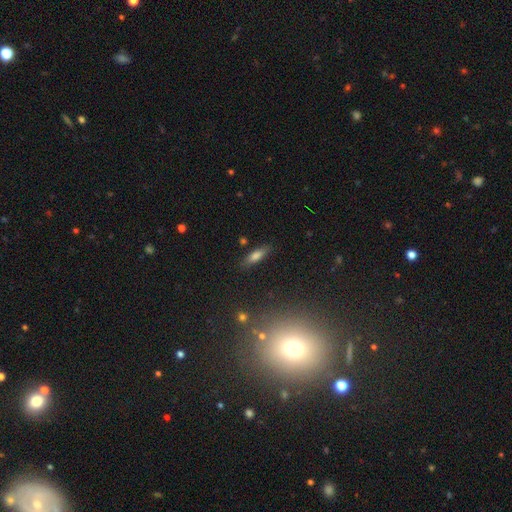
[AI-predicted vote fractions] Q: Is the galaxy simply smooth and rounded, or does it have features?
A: smooth — 74%.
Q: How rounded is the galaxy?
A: cigar-shaped — 50%.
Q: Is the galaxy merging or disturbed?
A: none — 82%.